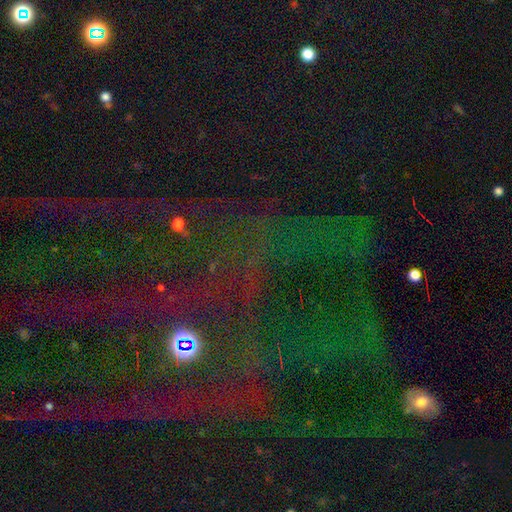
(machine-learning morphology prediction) Q: Smooth or featured?
A: star or artifact (77%); runner-up: featured or disk (12%)